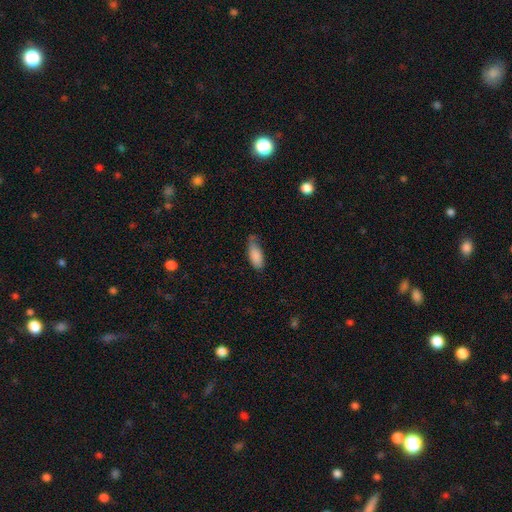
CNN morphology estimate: smooth_or_featured: smooth (p=0.86) [alt: featured or disk p=0.08]
how_rounded: in between (p=0.78) [alt: cigar-shaped p=0.20]
merging: none (p=0.53) [alt: minor disturbance p=0.35]